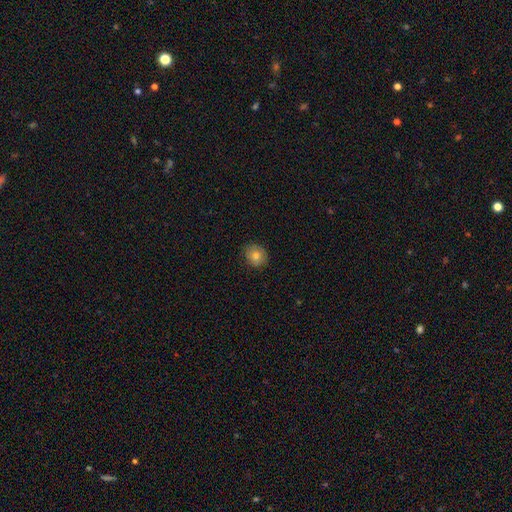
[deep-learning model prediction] Smooth or featured? Predicted: smooth (p=0.79). How rounded? Predicted: round (p=0.73). Merging? Predicted: none (p=0.85).